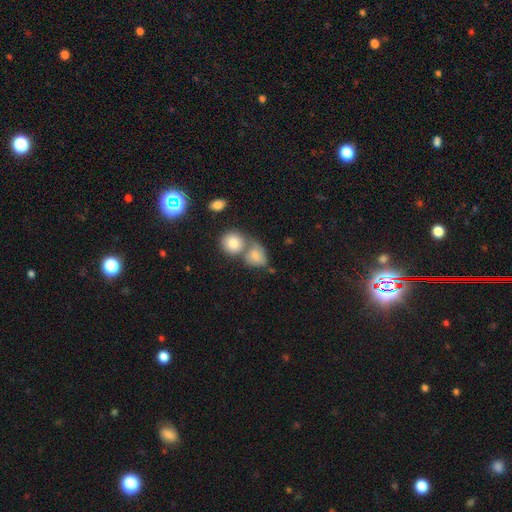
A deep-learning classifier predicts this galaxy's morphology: type=smooth (79%); roundness=in between (50%); merging=merger (59%).